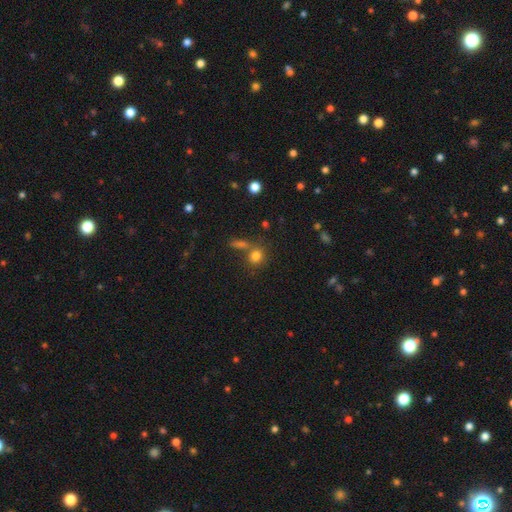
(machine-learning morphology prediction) Smooth or featured?
  - smooth: 79% *
  - star or artifact: 13%
  - featured or disk: 8%
How rounded?
  - round: 75% *
  - in between: 23%
  - cigar-shaped: 2%
Merging?
  - none: 61% *
  - merger: 24%
  - minor disturbance: 10%
  - major disturbance: 5%